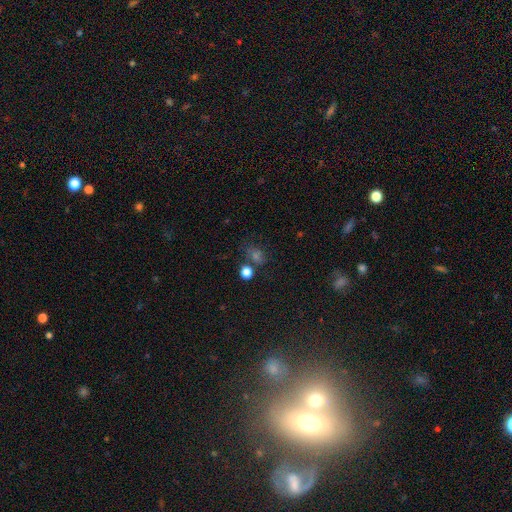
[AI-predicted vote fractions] This appears to be a smooth galaxy with no disk features (49%). Merging: none (64%).